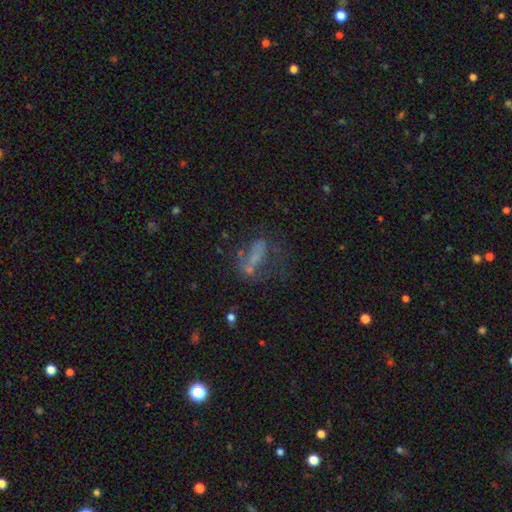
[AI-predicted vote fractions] The model was most divided on "merging": major disturbance: 36%, none: 33%, minor disturbance: 17%, merger: 14%. Remaining: smooth or featured — featured or disk (43%).